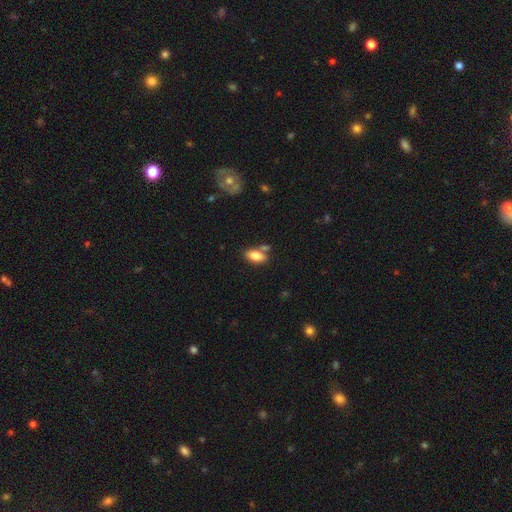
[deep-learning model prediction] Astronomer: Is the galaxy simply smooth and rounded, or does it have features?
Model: smooth — 82%.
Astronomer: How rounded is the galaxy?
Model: in between — 89%.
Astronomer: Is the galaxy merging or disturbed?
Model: none — 65%.